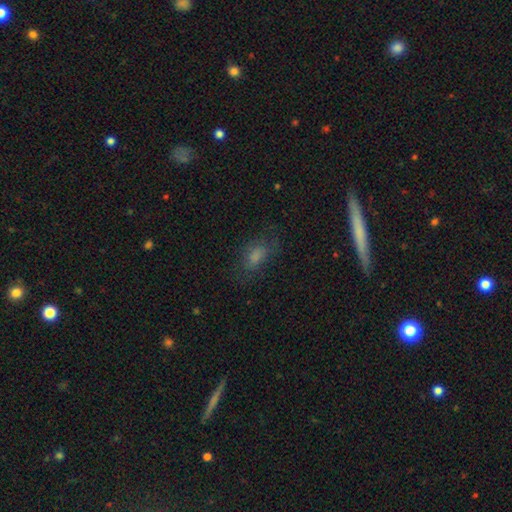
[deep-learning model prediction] A smooth galaxy with no disk features (63%) that is in between round and cigar-shaped (66%).

Vote fractions:
- Smooth or featured? smooth: 63% / featured or disk: 22% / star or artifact: 14%
- How rounded? in between: 66% / cigar-shaped: 21% / round: 13%
- Merging? none: 74% / minor disturbance: 17% / major disturbance: 7% / merger: 2%